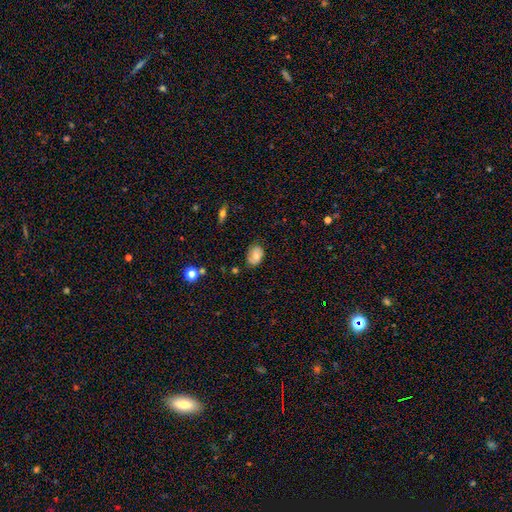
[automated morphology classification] smooth 61%, featured or disk 29%, star or artifact 9%. Down the decision tree: how rounded — in between (76%); merging — none (69%).